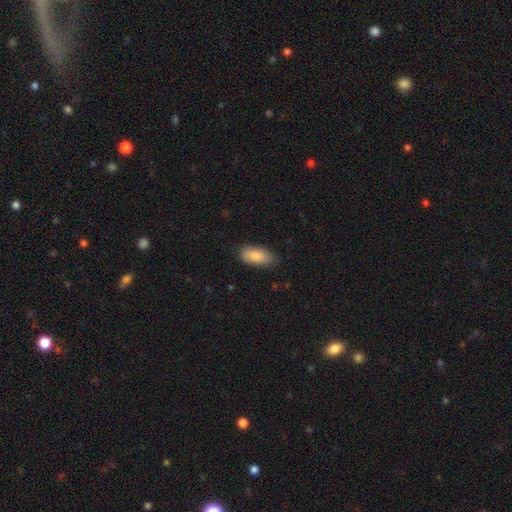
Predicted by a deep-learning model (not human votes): This appears to be a smooth galaxy with no disk features (86%) that is in between round and cigar-shaped (90%). Merging: none (78%).